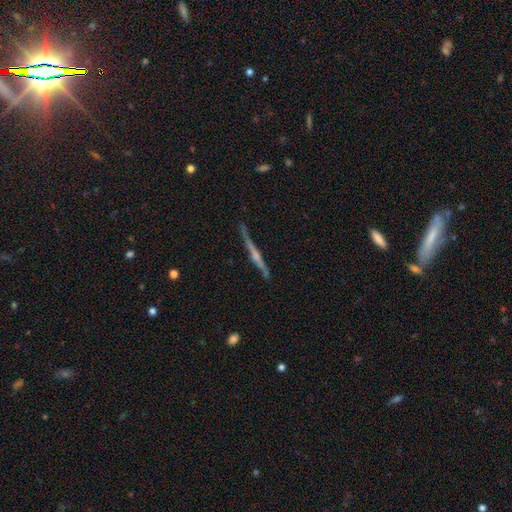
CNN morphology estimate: This is likely a featured or disk galaxy (77%). It is clearly viewed edge-on (97%). Edge-on bulge: likely rounded (62%). Merging: likely none (79%).